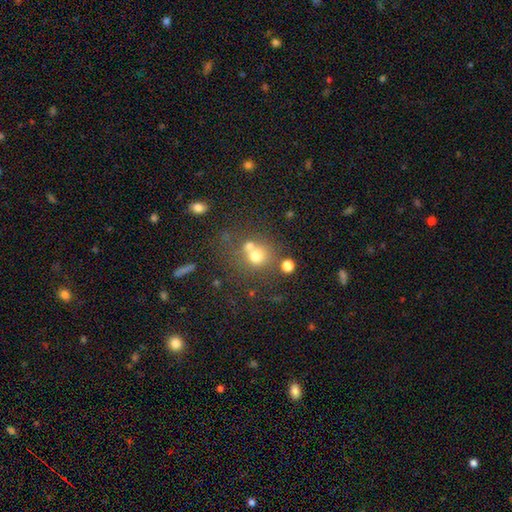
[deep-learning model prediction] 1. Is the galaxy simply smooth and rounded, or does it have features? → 67% smooth, 18% star or artifact, 15% featured or disk.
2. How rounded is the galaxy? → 84% round, 15% in between, 1% cigar-shaped.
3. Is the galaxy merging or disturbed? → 49% none, 35% merger, 10% minor disturbance, 6% major disturbance.